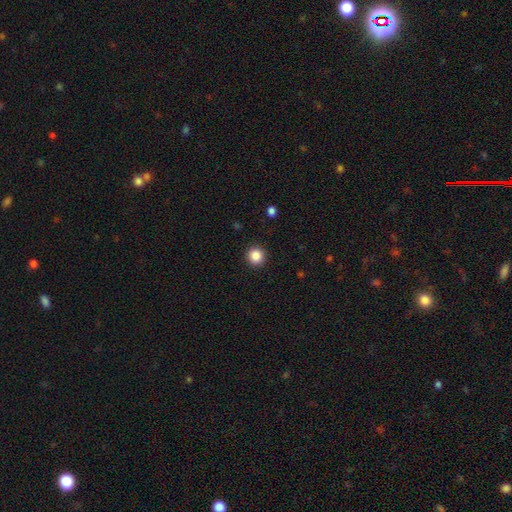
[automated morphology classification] Overall: smooth (86%). How rounded: round (94%). Merging: none (92%).